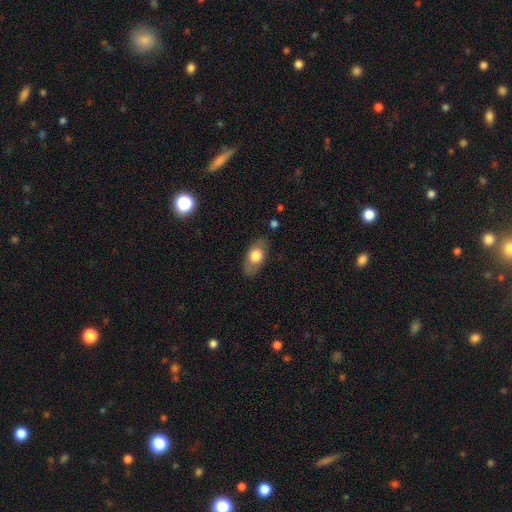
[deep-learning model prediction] Smooth or featured?
  - smooth: 69% *
  - featured or disk: 25%
  - star or artifact: 6%
How rounded?
  - in between: 87% *
  - round: 7%
  - cigar-shaped: 7%
Merging?
  - none: 78% *
  - minor disturbance: 16%
  - major disturbance: 4%
  - merger: 2%